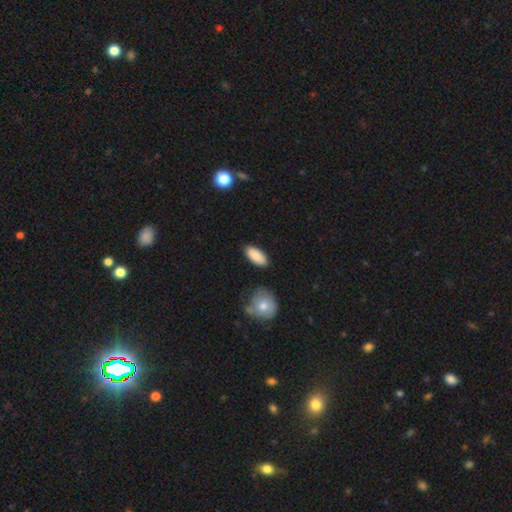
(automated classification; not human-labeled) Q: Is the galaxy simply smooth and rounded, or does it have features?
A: smooth — 89%.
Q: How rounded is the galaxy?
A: in between — 90%.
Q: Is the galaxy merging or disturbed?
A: none — 84%.